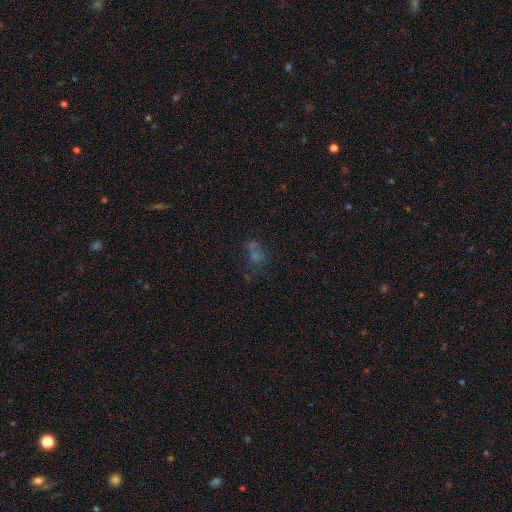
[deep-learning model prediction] A smooth galaxy with no disk features (42%).

Vote fractions:
- Smooth or featured? smooth: 42% / star or artifact: 37% / featured or disk: 21%
- Merging? none: 45% / merger: 28% / minor disturbance: 13% / major disturbance: 13%